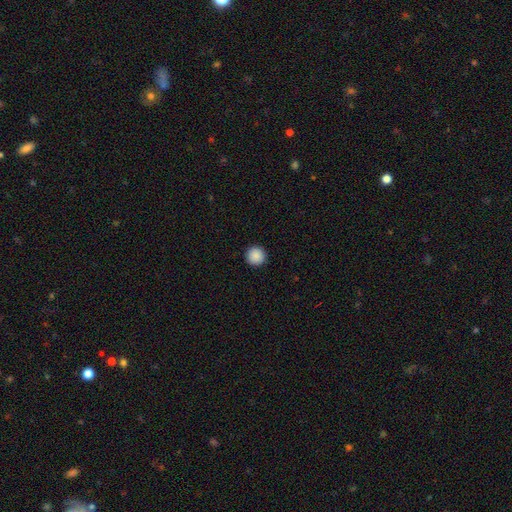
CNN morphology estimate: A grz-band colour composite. It shows a smooth galaxy with no disk features (89%) that is round (96%). Merging: none (93%).